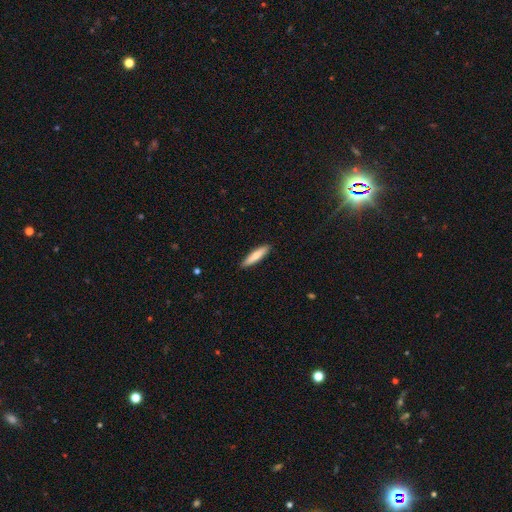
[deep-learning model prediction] Smooth or featured? smooth (70%)
How rounded? cigar-shaped (81%)
Merging? none (90%)